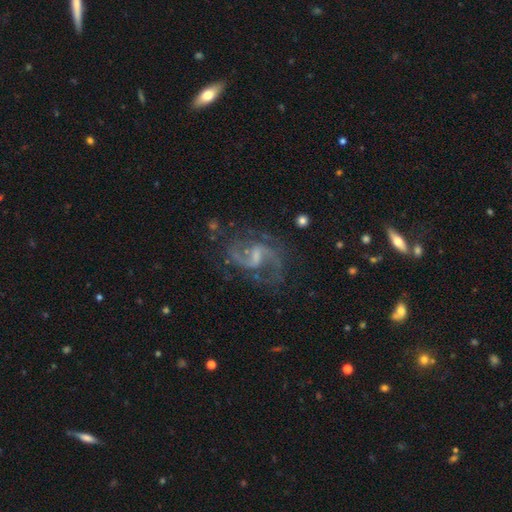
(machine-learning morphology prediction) Smooth or featured: featured or disk — 87% (star or artifact — 8%)
Edge-on disk: no — 98% (yes — 2%)
Bar: weak — 59% (strong — 23%)
Spiral arms: yes — 96% (no — 4%)
Spiral winding: medium — 51% (loose — 38%)
Spiral arm count: 2 — 86% (can't tell — 5%)
Bulge size: small — 40% (none — 35%)
Merging: none — 67% (minor disturbance — 17%)